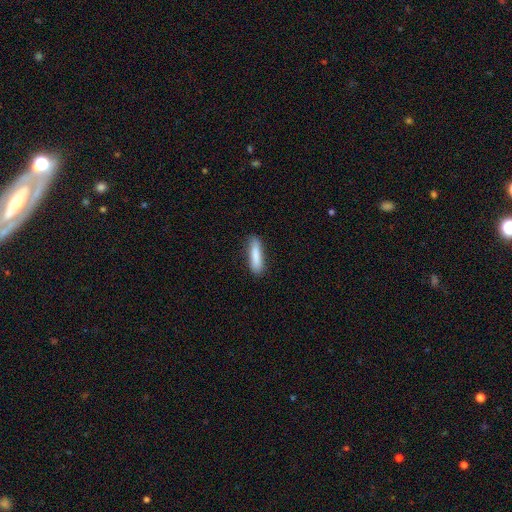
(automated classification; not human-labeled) A smooth galaxy with no disk features (85%) that is cigar-shaped (77%).

Vote fractions:
- Smooth or featured? smooth: 85% / featured or disk: 9% / star or artifact: 6%
- How rounded? cigar-shaped: 77% / in between: 22% / round: 1%
- Merging? none: 84% / minor disturbance: 12% / major disturbance: 2% / merger: 1%